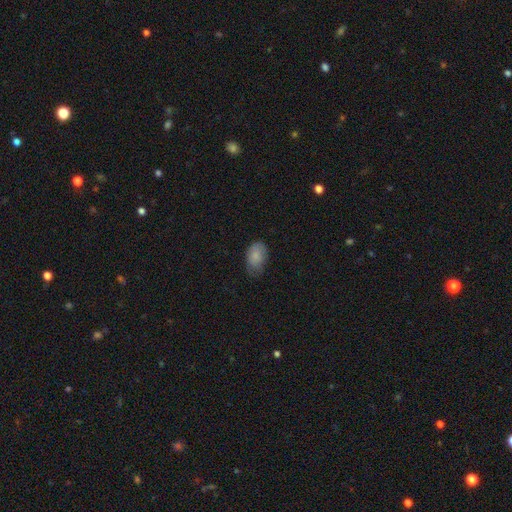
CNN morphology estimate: This appears to be a smooth galaxy with no disk features (83%) that is in between round and cigar-shaped (91%). Merging: none (53%).